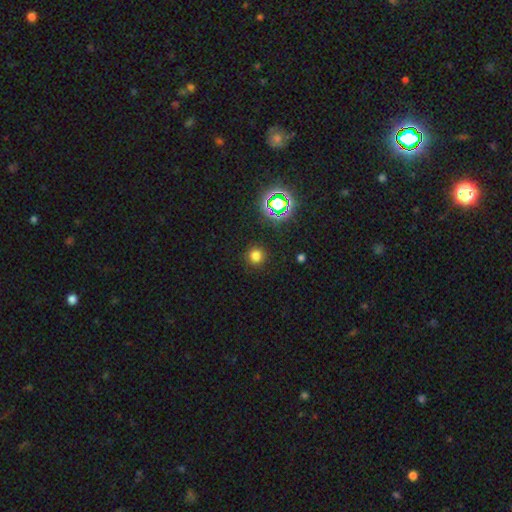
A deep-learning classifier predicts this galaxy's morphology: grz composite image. It shows a smooth galaxy with no disk features (74%) that is round (94%). Merging: none (90%).